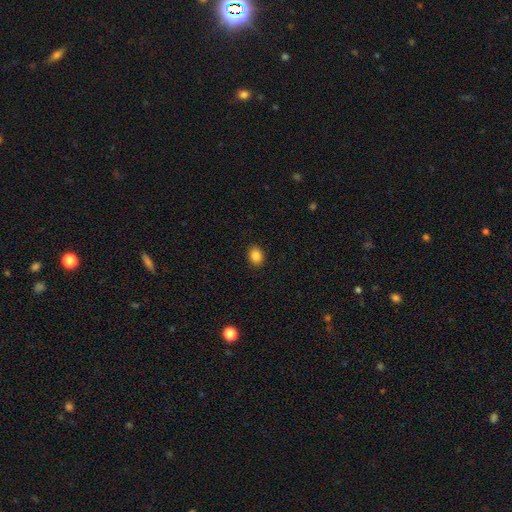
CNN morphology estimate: Q: Smooth or featured?
A: smooth (87%); runner-up: star or artifact (10%)
Q: How rounded?
A: in between (61%); runner-up: round (38%)
Q: Merging?
A: none (90%); runner-up: minor disturbance (7%)